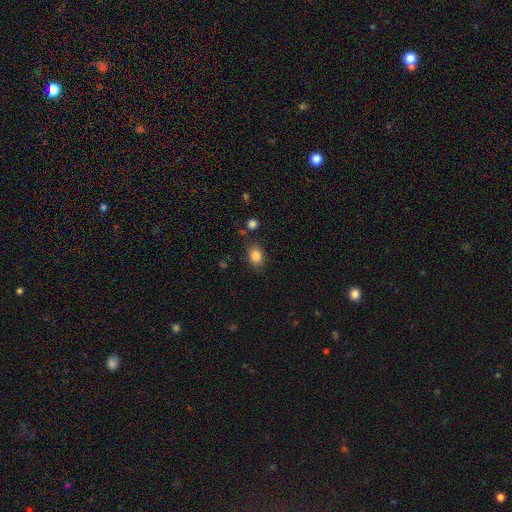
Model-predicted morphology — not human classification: Smooth or featured: smooth — 84% (star or artifact — 10%)
How rounded: in between — 65% (round — 34%)
Merging: none — 81% (minor disturbance — 12%)